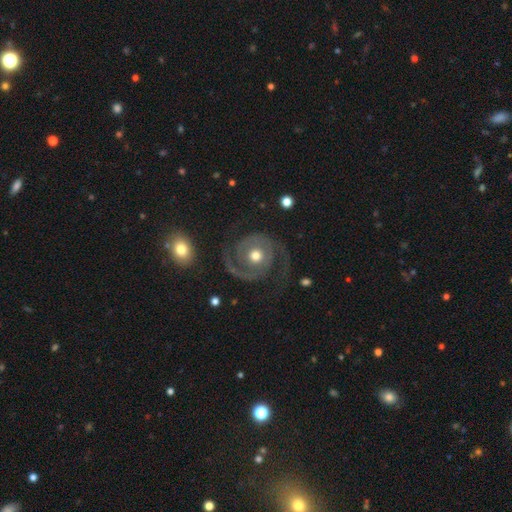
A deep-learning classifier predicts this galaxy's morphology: A featured or disk galaxy (86%) with no bar (77%), 2 (84%) medium (42%) spiral arms (95%) and a moderate central bulge (75%). Merging: none (69%).